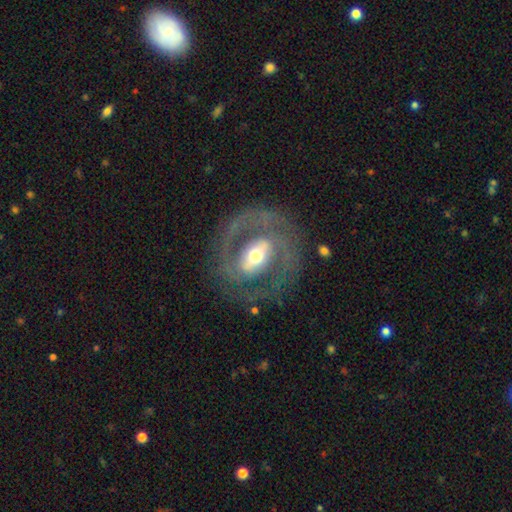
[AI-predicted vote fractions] Smooth or featured? featured or disk (82%)
Edge-on disk? no (95%)
Bar? strong (50%)
Spiral arms? yes (80%)
Spiral winding? medium (45%)
Spiral arm count? 2 (78%)
Bulge size? moderate (60%)
Merging? none (71%)